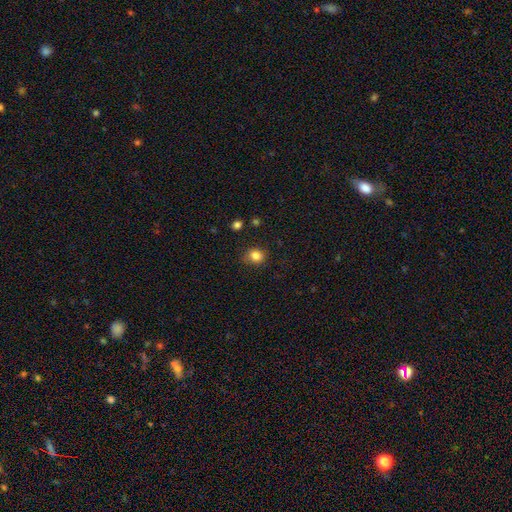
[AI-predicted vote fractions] smooth_or_featured: smooth (p=0.84) [alt: star or artifact p=0.11]
how_rounded: round (p=0.67) [alt: in between p=0.32]
merging: none (p=0.82) [alt: minor disturbance p=0.13]